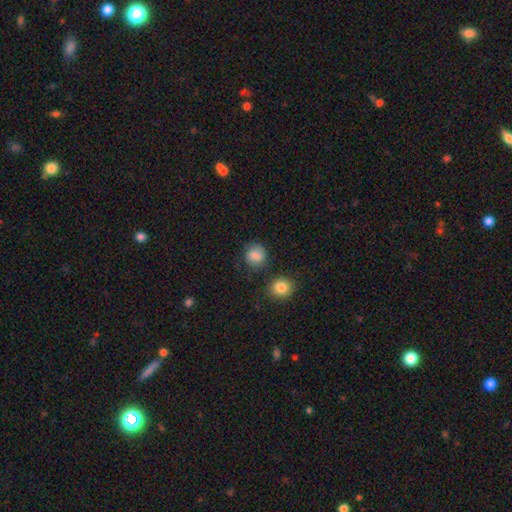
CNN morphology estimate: Q: Smooth or featured?
A: smooth (79%); runner-up: featured or disk (11%)
Q: How rounded?
A: round (84%); runner-up: in between (15%)
Q: Merging?
A: none (76%); runner-up: minor disturbance (15%)